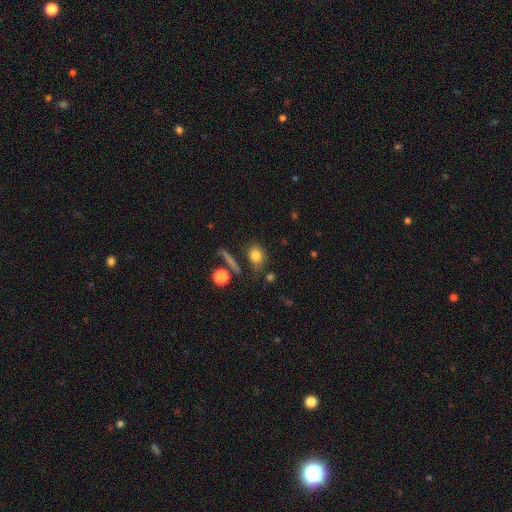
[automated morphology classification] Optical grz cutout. It shows a smooth galaxy with no disk features (80%) that is in between round and cigar-shaped (55%). Merging: none (72%).